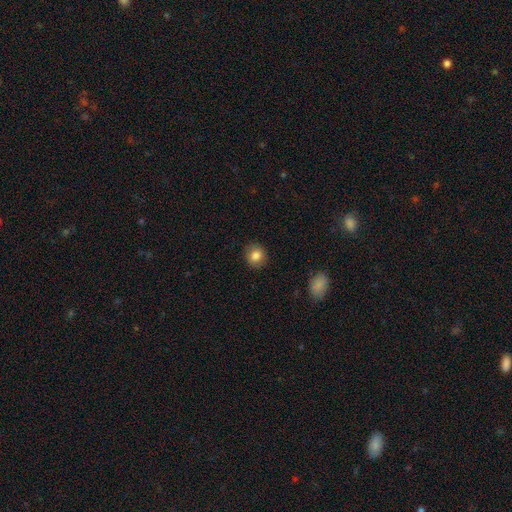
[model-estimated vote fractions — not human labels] Overall: smooth (83%). How rounded: round (83%). Merging: none (89%).